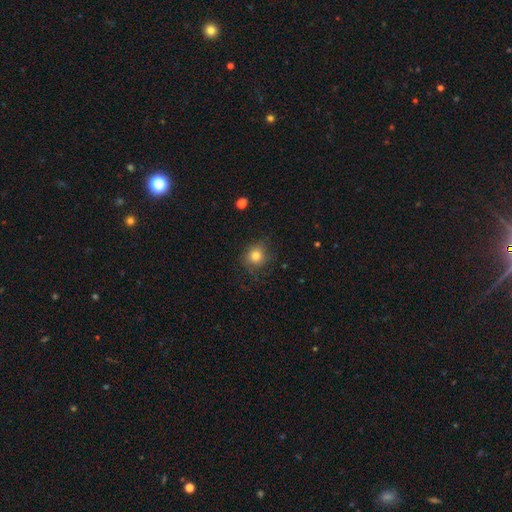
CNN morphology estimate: This is likely a smooth galaxy (79%). How rounded: clearly round (81%). Merging: likely none (72%).